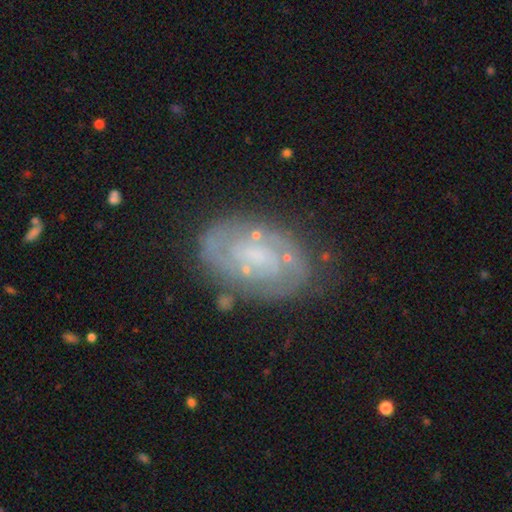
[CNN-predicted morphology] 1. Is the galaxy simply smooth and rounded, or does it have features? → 75% featured or disk, 18% smooth, 7% star or artifact.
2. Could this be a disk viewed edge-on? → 97% no, 3% yes.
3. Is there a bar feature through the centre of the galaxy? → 51% no, 38% weak, 10% strong.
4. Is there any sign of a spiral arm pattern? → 82% yes, 18% no.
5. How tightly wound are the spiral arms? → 53% tight, 35% medium, 12% loose.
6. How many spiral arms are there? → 55% 2, 30% can't tell, 6% 3, 5% 1, 2% 4, 2% more than 4.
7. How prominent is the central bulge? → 48% small, 30% none, 18% moderate, 3% large, 1% dominant.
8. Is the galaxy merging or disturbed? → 72% none, 17% minor disturbance, 7% major disturbance, 3% merger.